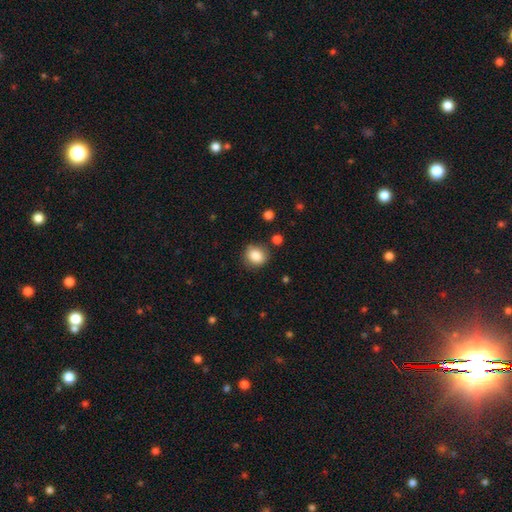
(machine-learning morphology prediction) Q: Smooth or featured?
A: smooth (85%); runner-up: star or artifact (9%)
Q: How rounded?
A: round (78%); runner-up: in between (21%)
Q: Merging?
A: none (81%); runner-up: minor disturbance (13%)